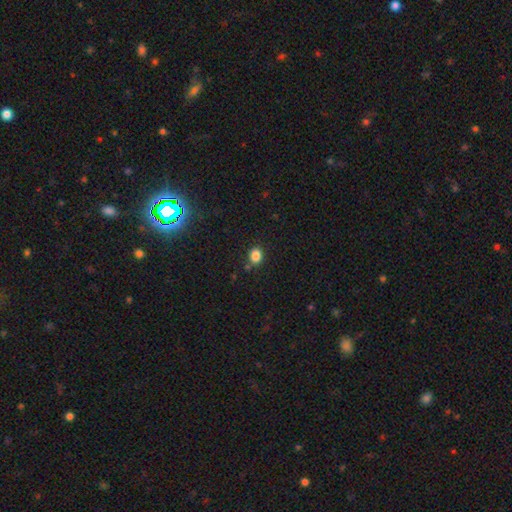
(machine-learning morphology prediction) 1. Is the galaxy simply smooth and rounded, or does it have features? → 84% smooth, 11% star or artifact, 4% featured or disk.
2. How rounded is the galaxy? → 52% in between, 46% round, 1% cigar-shaped.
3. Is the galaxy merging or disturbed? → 79% none, 13% minor disturbance, 5% merger, 3% major disturbance.